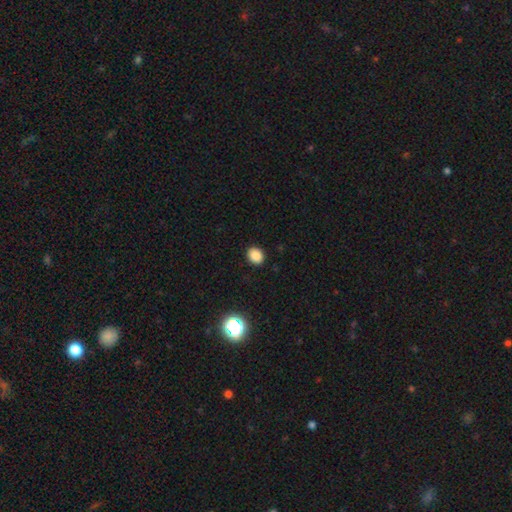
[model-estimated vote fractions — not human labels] A smooth galaxy with no disk features (86%) that is round (52%).

Vote fractions:
- Smooth or featured? smooth: 86% / star or artifact: 11% / featured or disk: 3%
- How rounded? round: 52% / in between: 47% / cigar-shaped: 1%
- Merging? none: 90% / minor disturbance: 7% / major disturbance: 2% / merger: 1%